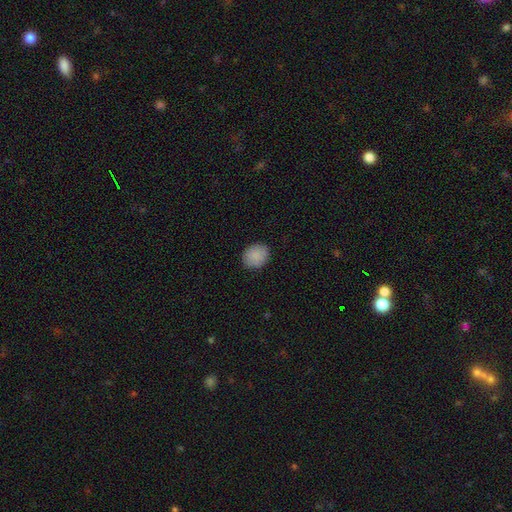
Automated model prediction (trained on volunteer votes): smooth_or_featured: smooth (p=0.88) [alt: star or artifact p=0.07]
how_rounded: round (p=0.61) [alt: in between p=0.38]
merging: none (p=0.87) [alt: minor disturbance p=0.10]